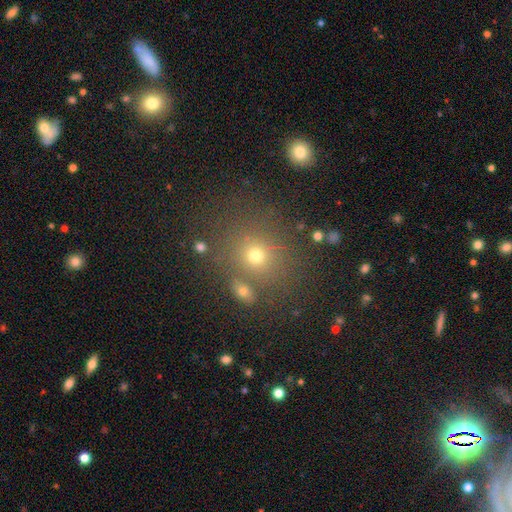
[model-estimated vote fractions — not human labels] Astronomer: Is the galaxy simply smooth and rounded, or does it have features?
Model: smooth — 67%.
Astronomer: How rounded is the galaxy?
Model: round — 75%.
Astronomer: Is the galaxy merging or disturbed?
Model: none — 74%.